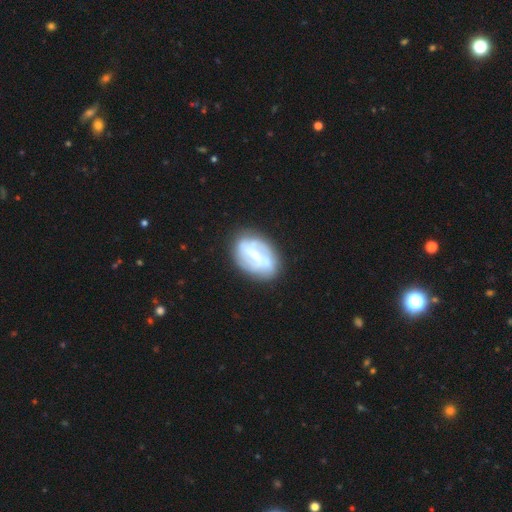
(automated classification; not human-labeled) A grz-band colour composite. It shows a featured or disk galaxy (71%) with a weak bar (41%), 2 (52%) tight (41%) spiral arms (76%) and a small central bulge (50%). Merging: none (74%).